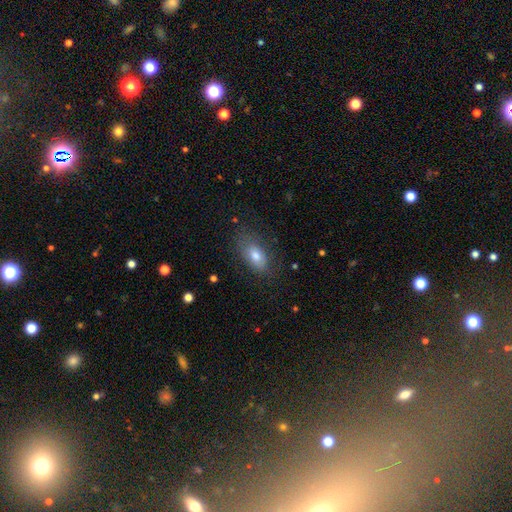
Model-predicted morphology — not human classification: type=smooth (76%); roundness=in between (89%); merging=none (72%).